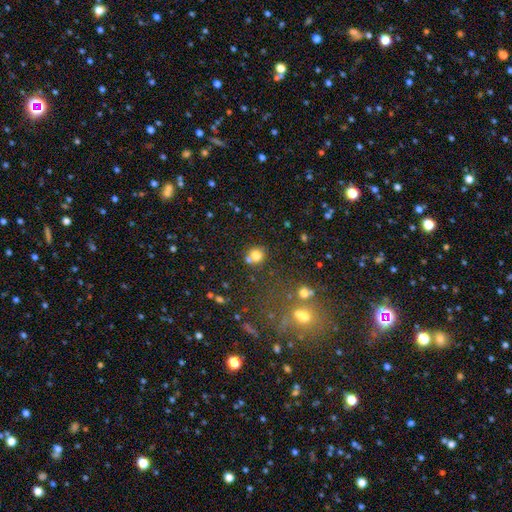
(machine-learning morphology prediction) The model was most divided on "merging": none: 62%, merger: 24%, minor disturbance: 11%, major disturbance: 4%. More confident: how rounded — round (85%); smooth or featured — smooth (76%).